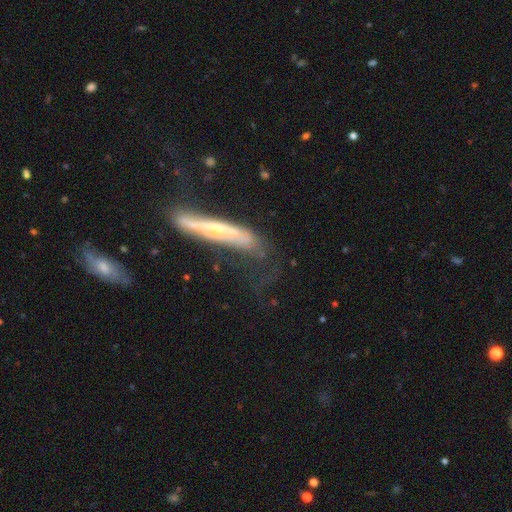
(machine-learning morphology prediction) featured or disk 60%, smooth 29%, star or artifact 11%. Down the decision tree: edge-on disk — yes (71%); merging — none (42%).